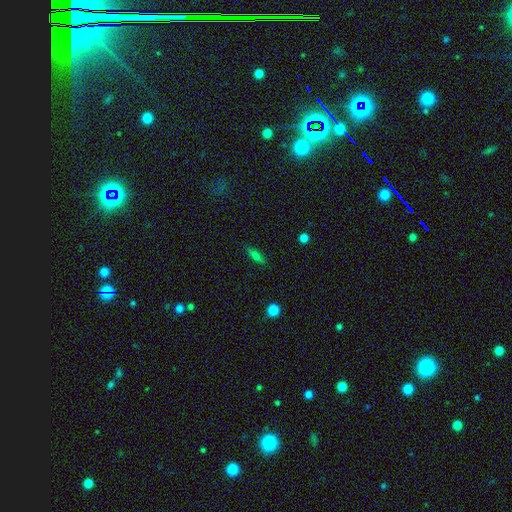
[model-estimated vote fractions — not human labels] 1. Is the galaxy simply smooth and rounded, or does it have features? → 68% smooth, 19% featured or disk, 12% star or artifact.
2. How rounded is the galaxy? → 53% cigar-shaped, 43% in between, 4% round.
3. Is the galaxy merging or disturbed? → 85% none, 11% minor disturbance, 3% major disturbance, 1% merger.